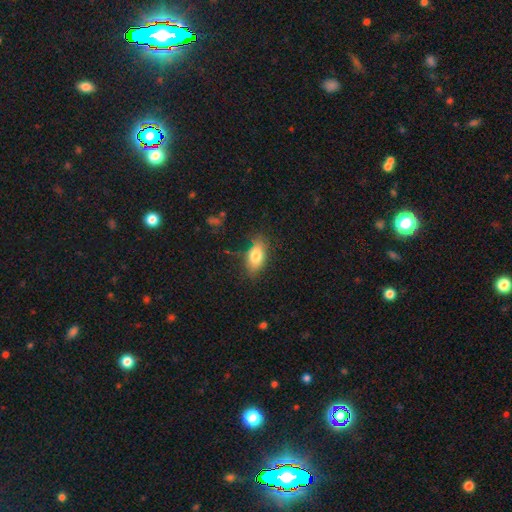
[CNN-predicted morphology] Q: Smooth or featured?
A: smooth (78%); runner-up: featured or disk (14%)
Q: How rounded?
A: in between (87%); runner-up: cigar-shaped (7%)
Q: Merging?
A: none (76%); runner-up: minor disturbance (18%)